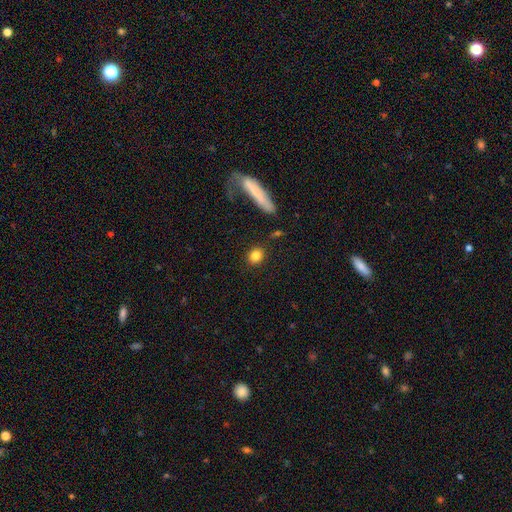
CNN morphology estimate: The model was most divided on "how rounded": round: 80%, in between: 17%, cigar-shaped: 3%. More confident: merging — none (88%); smooth or featured — smooth (83%).